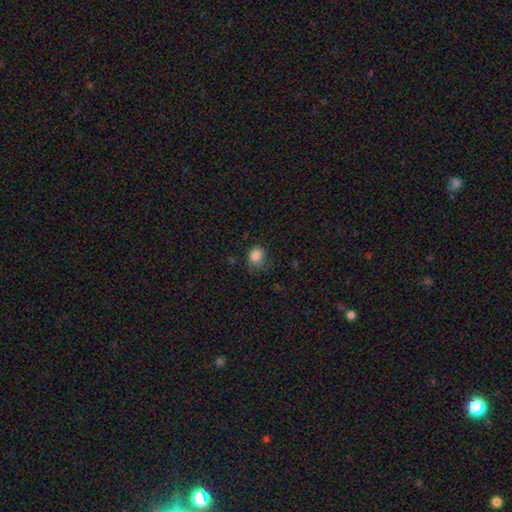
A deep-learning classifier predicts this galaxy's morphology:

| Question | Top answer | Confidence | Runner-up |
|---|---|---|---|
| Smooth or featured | smooth | 84% | star or artifact (11%) |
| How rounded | round | 62% | in between (37%) |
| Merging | none | 59% | minor disturbance (27%) |